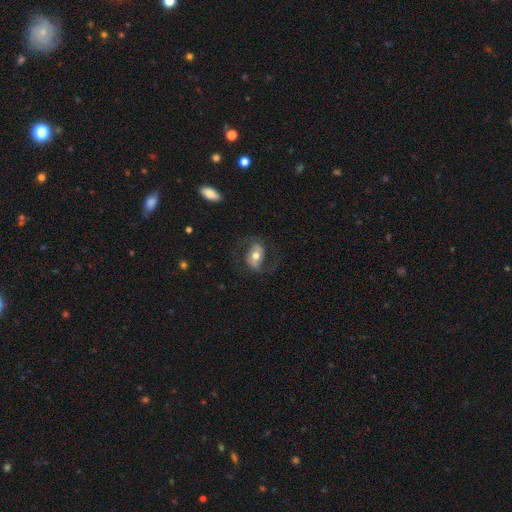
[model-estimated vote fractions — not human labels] Overall: featured or disk (58%; smooth 35%). Edge-on disk: no (95%). Bar: no (41%; weak 32%). Spiral arms: yes (79%). Bulge size: moderate (70%). Merging: none (69%).